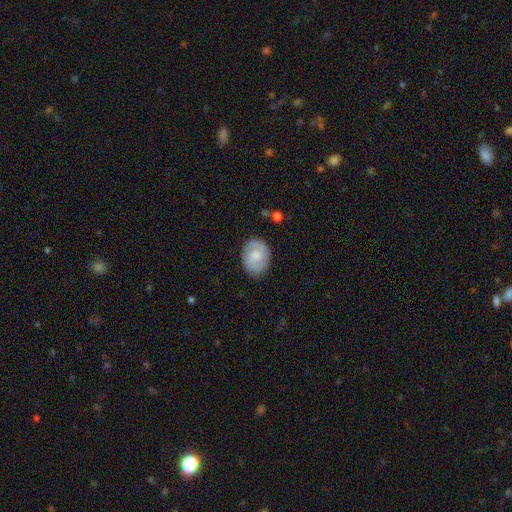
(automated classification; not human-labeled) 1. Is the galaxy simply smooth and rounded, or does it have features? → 49% smooth, 45% featured or disk, 7% star or artifact.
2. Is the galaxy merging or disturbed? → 80% none, 14% minor disturbance, 4% major disturbance, 1% merger.